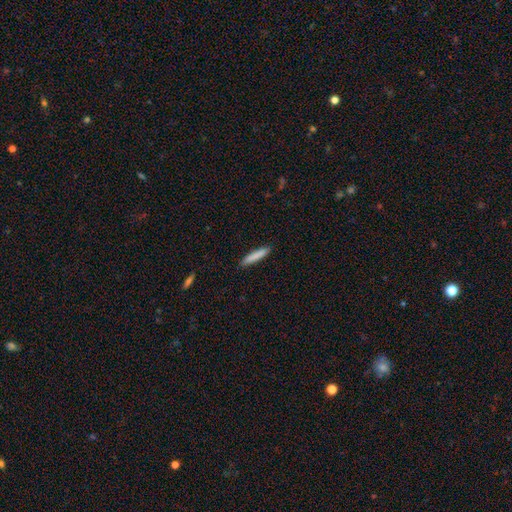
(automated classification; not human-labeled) Smooth or featured?
  - smooth: 83% *
  - featured or disk: 10%
  - star or artifact: 6%
How rounded?
  - cigar-shaped: 90% *
  - in between: 8%
  - round: 1%
Merging?
  - none: 89% *
  - minor disturbance: 8%
  - major disturbance: 2%
  - merger: 1%